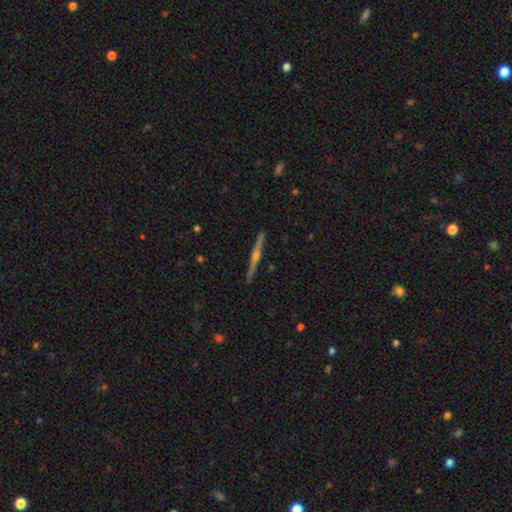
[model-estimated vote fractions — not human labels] Overall: featured or disk (82%). Edge-on disk: yes (98%). Edge-on bulge: rounded (89%). Merging: none (92%).